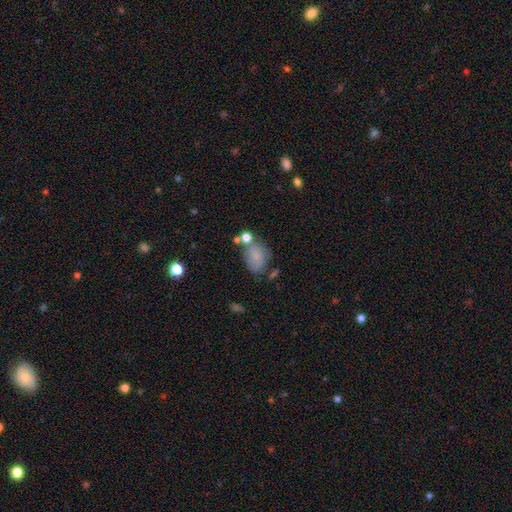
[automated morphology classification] This is likely a smooth galaxy (69%). How rounded: likely in between (68%). Merging: possibly none (49%).